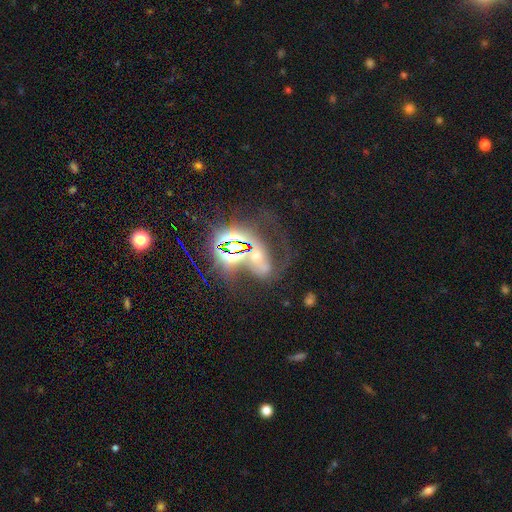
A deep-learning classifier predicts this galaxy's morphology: type=star or artifact (43%).